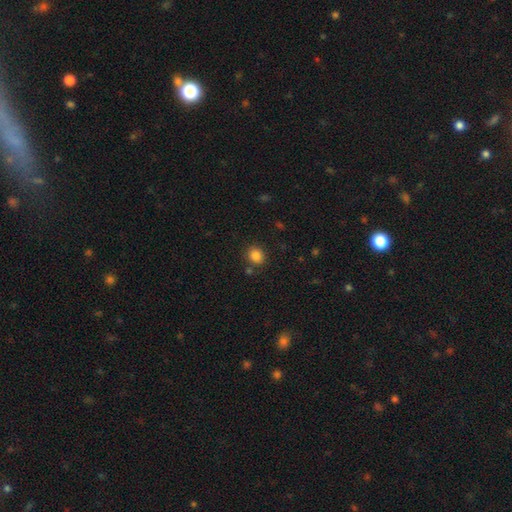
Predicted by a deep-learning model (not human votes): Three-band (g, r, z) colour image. It shows a smooth galaxy with no disk features (85%) that is round (73%). Merging: none (81%).